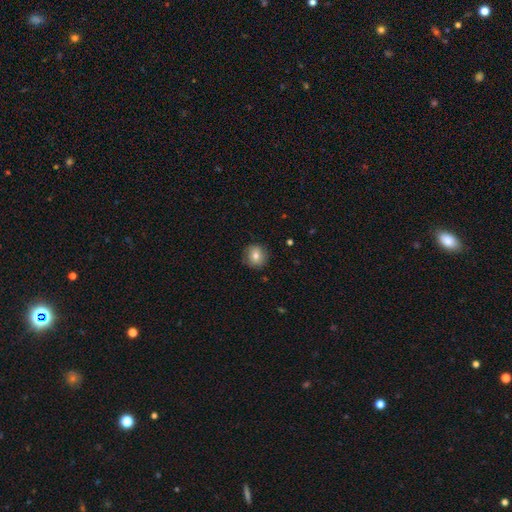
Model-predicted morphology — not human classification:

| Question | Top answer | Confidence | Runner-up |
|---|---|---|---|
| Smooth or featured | smooth | 75% | featured or disk (15%) |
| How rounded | round | 88% | in between (11%) |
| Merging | none | 85% | minor disturbance (11%) |